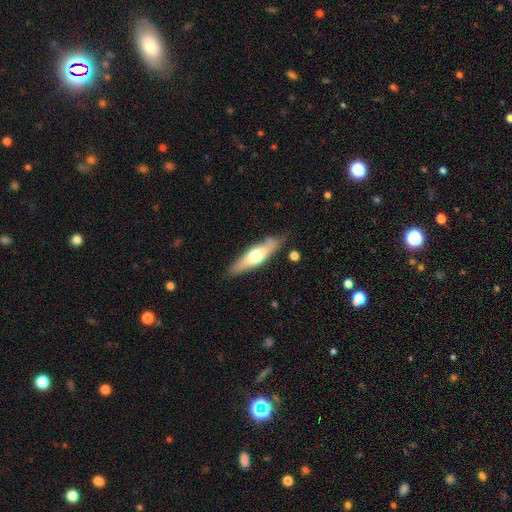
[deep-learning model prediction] Smooth or featured: featured or disk — 50% (smooth — 44%)
Edge-on disk: yes — 80% (no — 20%)
Merging: none — 78% (minor disturbance — 16%)